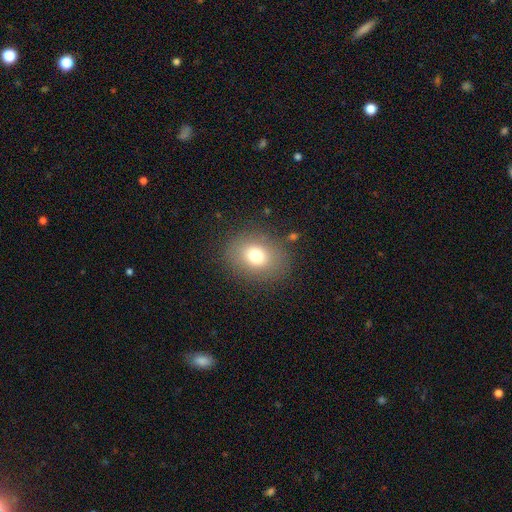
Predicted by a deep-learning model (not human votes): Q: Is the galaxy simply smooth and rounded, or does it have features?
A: smooth — 75%.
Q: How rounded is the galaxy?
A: round — 51%.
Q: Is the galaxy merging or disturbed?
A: none — 84%.